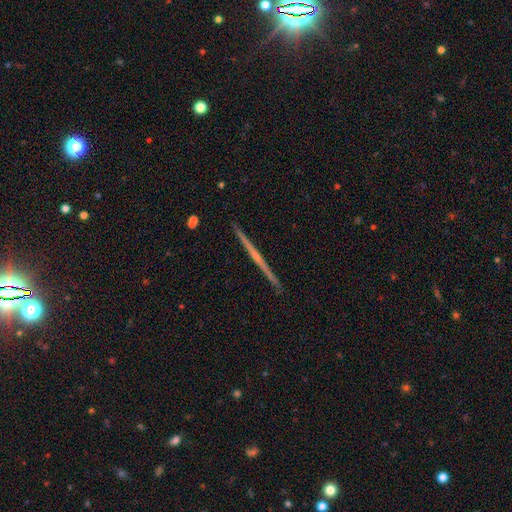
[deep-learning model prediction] Morphology: type=featured or disk (75%); edge-on=yes (99%); edge-on bulge=none (67%); merging=none (93%).